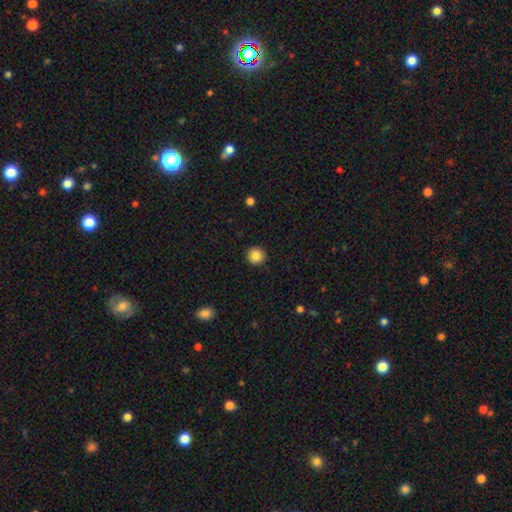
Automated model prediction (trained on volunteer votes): Smooth or featured: smooth — 86% (star or artifact — 10%)
How rounded: round — 95% (in between — 4%)
Merging: none — 93% (minor disturbance — 5%)